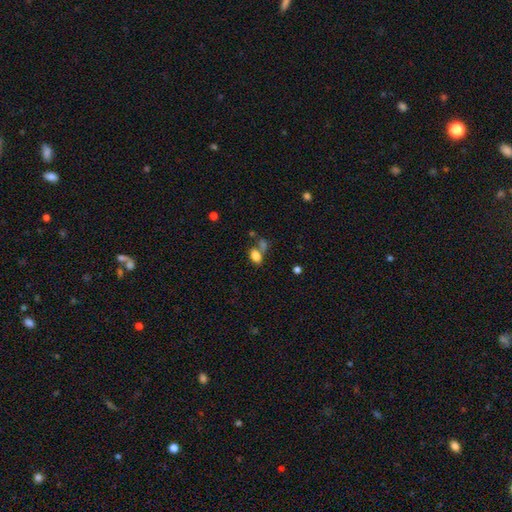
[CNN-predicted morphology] The model was most divided on "merging": none: 48%, merger: 33%, minor disturbance: 12%, major disturbance: 6%. More confident: how rounded — in between (85%); smooth or featured — smooth (81%).